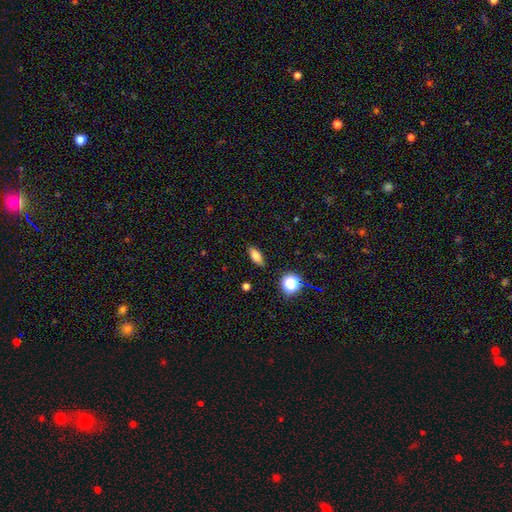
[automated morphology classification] Q: Smooth or featured?
A: smooth (76%); runner-up: featured or disk (12%)
Q: How rounded?
A: in between (76%); runner-up: cigar-shaped (18%)
Q: Merging?
A: none (87%); runner-up: minor disturbance (9%)